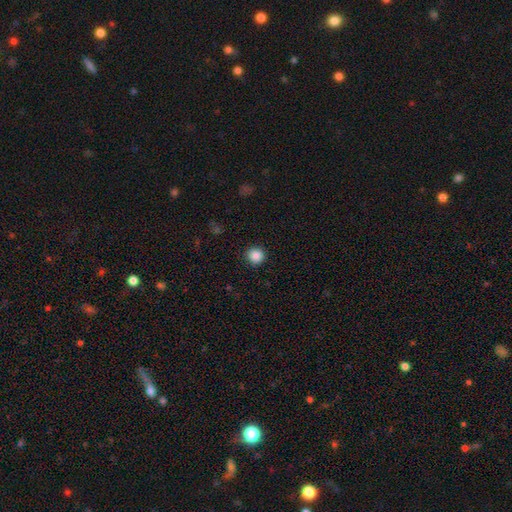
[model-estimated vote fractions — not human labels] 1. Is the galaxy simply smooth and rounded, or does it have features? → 87% smooth, 10% star or artifact, 3% featured or disk.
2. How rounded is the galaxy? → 94% round, 5% in between, 1% cigar-shaped.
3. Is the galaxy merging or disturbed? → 92% none, 5% minor disturbance, 2% major disturbance, 1% merger.